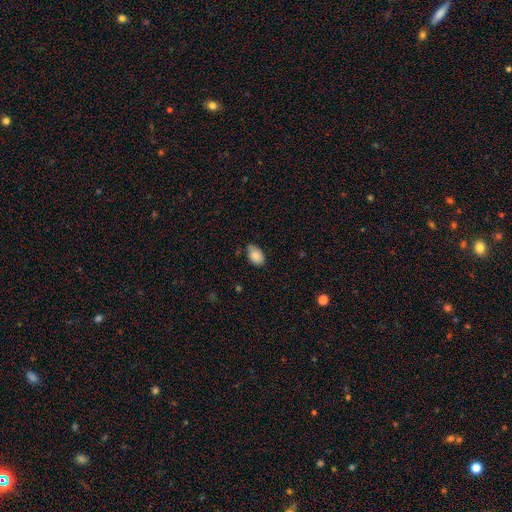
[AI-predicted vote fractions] This appears to be a smooth galaxy with no disk features (84%) that is in between round and cigar-shaped (88%). Merging: none (64%).